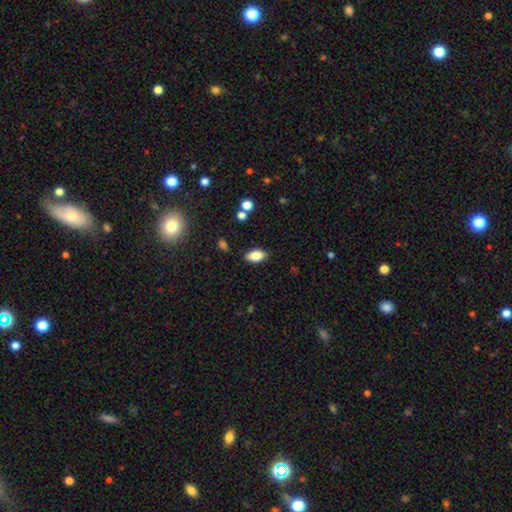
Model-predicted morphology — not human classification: Q: Smooth or featured?
A: smooth (81%); runner-up: featured or disk (11%)
Q: How rounded?
A: in between (89%); runner-up: cigar-shaped (7%)
Q: Merging?
A: none (86%); runner-up: minor disturbance (10%)